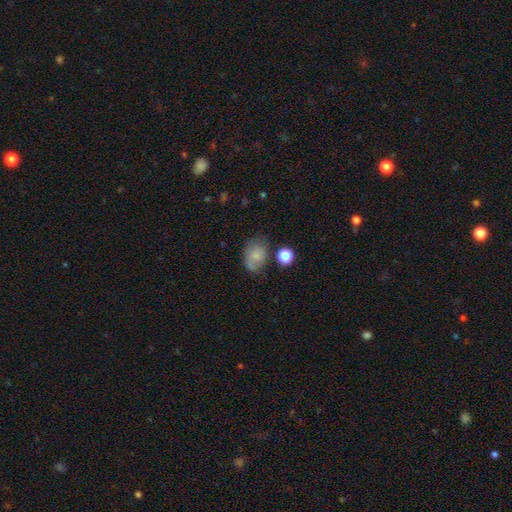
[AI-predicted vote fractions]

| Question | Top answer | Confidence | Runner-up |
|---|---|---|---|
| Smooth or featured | smooth | 74% | featured or disk (15%) |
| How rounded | in between | 65% | round (34%) |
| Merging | none | 53% | minor disturbance (28%) |